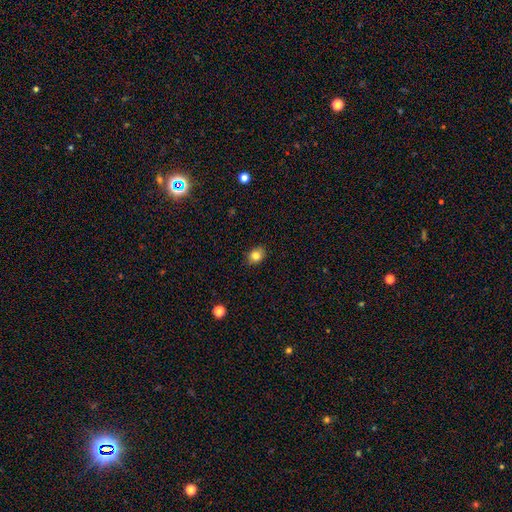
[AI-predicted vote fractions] Smooth or featured? Predicted: smooth (p=0.82). How rounded? Predicted: round (p=0.51). Merging? Predicted: none (p=0.87).